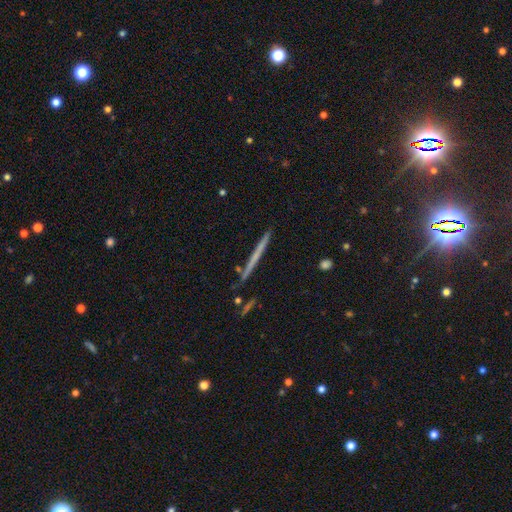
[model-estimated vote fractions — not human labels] Smooth or featured? Predicted: featured or disk (p=0.54). Edge-on disk? Predicted: yes (p=0.97). Edge-on bulge? Predicted: none (p=0.86). Merging? Predicted: none (p=0.89).